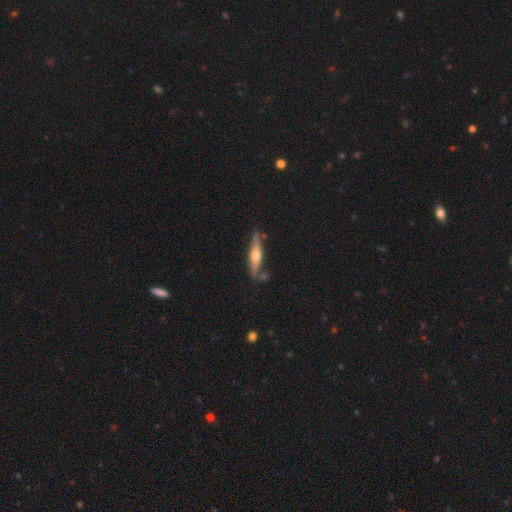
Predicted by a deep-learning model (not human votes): Smooth or featured? featured or disk (61%)
Edge-on disk? yes (95%)
Edge-on bulge? rounded (91%)
Merging? none (78%)